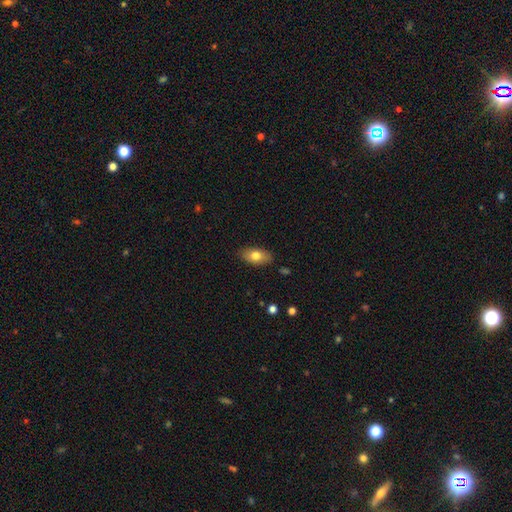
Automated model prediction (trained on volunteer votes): smooth-or-featured: smooth: 75% | featured or disk: 17% | star or artifact: 7%
  how-rounded: in between: 90% | round: 5% | cigar-shaped: 5%
  merging: none: 86% | minor disturbance: 11% | major disturbance: 2% | merger: 1%